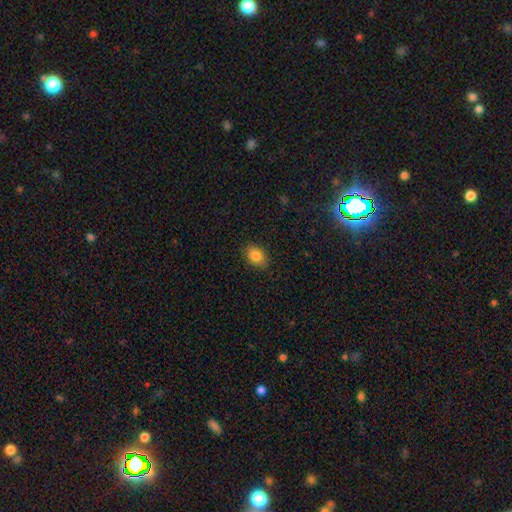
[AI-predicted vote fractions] smooth 85%, star or artifact 9%, featured or disk 7%. Down the decision tree: how rounded — in between (75%); merging — none (87%).